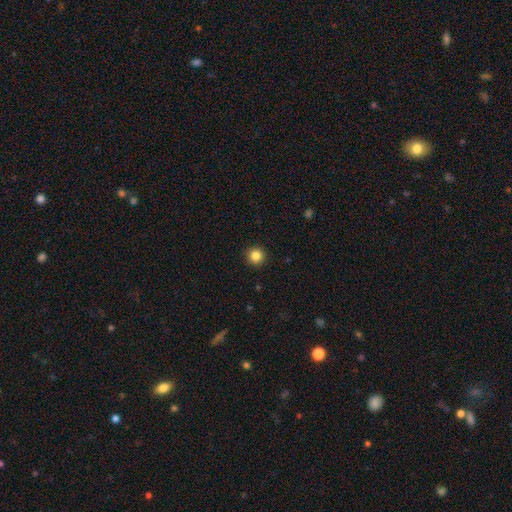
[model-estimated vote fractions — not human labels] A smooth galaxy with no disk features (85%) that is round (95%). Merging: none (93%).